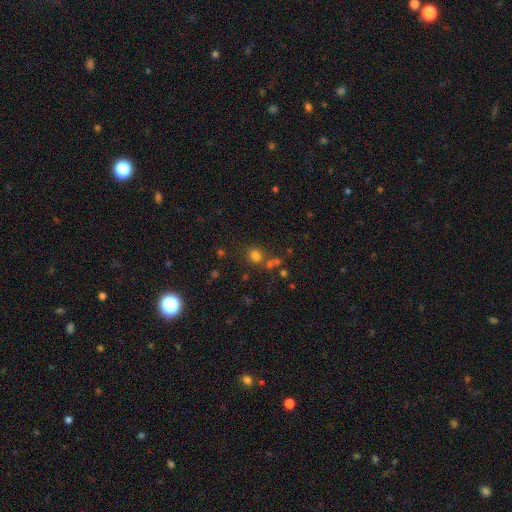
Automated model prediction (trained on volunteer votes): A smooth galaxy with no disk features (72%) that is round (72%). Merging: none (65%).